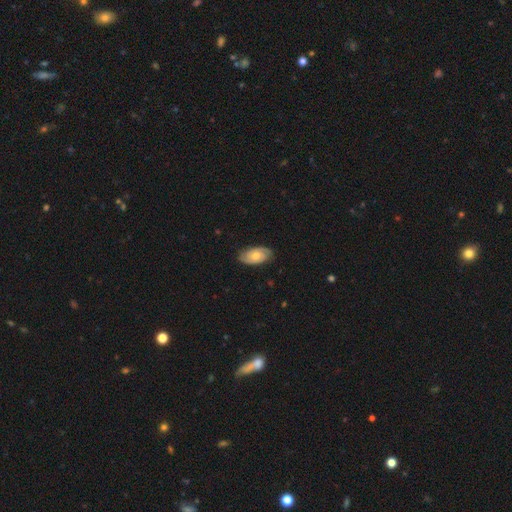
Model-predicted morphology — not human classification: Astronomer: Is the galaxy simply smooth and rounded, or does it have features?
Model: featured or disk — 59% (runner-up: smooth, 35%).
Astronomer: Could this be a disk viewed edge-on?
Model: no — 92%.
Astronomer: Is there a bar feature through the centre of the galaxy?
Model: no — 77%.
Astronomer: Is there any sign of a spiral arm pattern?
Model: yes — 82%.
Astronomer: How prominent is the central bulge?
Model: moderate — 68%.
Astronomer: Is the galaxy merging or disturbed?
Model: none — 81%.